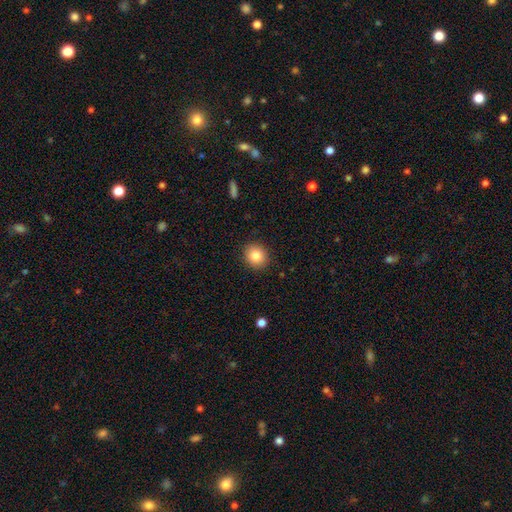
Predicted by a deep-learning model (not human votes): Smooth or featured?
  - smooth: 85% *
  - star or artifact: 9%
  - featured or disk: 6%
How rounded?
  - round: 78% *
  - in between: 21%
  - cigar-shaped: 1%
Merging?
  - none: 90% *
  - minor disturbance: 7%
  - major disturbance: 2%
  - merger: 1%